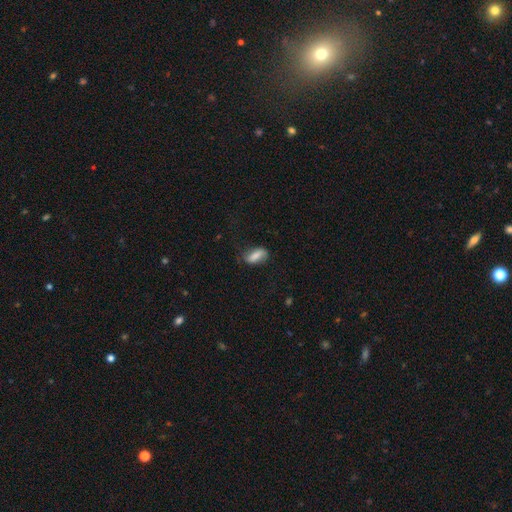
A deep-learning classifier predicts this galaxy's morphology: smooth_or_featured: smooth (p=0.72) [alt: featured or disk p=0.20]
how_rounded: in between (p=0.80) [alt: cigar-shaped p=0.15]
merging: none (p=0.68) [alt: minor disturbance p=0.23]